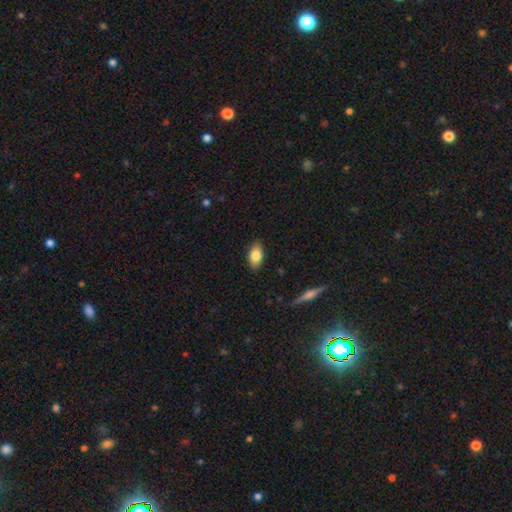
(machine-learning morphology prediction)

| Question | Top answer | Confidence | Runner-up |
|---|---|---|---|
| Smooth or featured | smooth | 81% | featured or disk (11%) |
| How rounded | in between | 91% | round (5%) |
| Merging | none | 87% | minor disturbance (10%) |